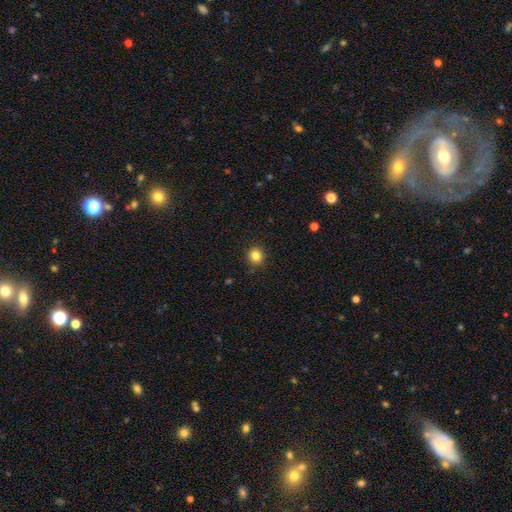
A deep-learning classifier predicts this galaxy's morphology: A smooth galaxy with no disk features (84%) that is round (89%).

Vote fractions:
- Smooth or featured? smooth: 84% / star or artifact: 12% / featured or disk: 5%
- How rounded? round: 89% / in between: 10% / cigar-shaped: 1%
- Merging? none: 89% / minor disturbance: 7% / major disturbance: 2% / merger: 1%